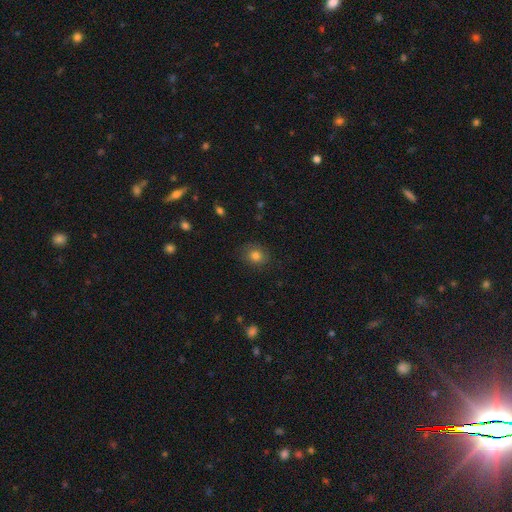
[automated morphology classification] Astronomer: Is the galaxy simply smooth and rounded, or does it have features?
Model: smooth — 80%.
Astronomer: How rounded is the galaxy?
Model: round — 69%.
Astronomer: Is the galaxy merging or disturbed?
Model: none — 85%.